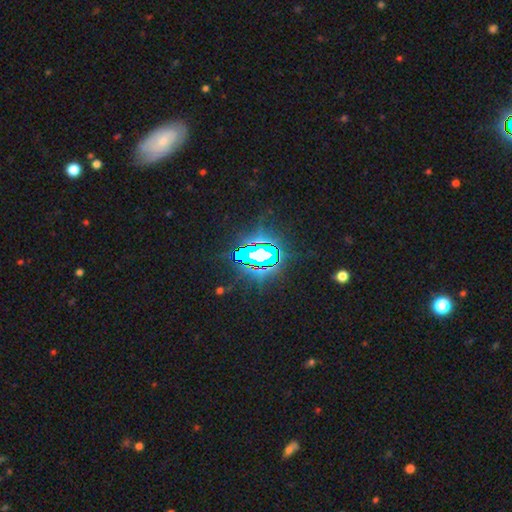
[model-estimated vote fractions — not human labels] Q: Smooth or featured?
A: star or artifact (78%); runner-up: featured or disk (12%)